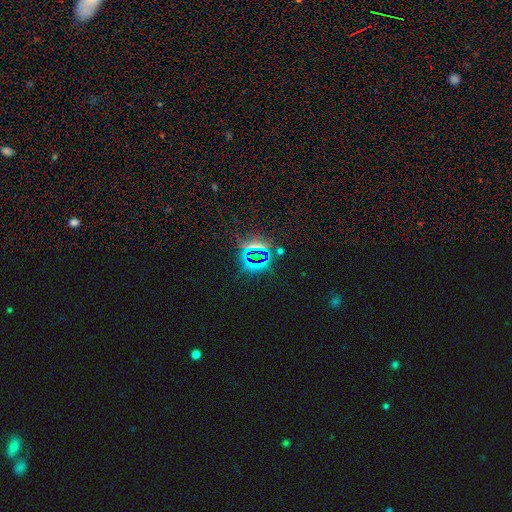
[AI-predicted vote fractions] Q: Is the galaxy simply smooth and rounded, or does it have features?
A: star or artifact — 74%.